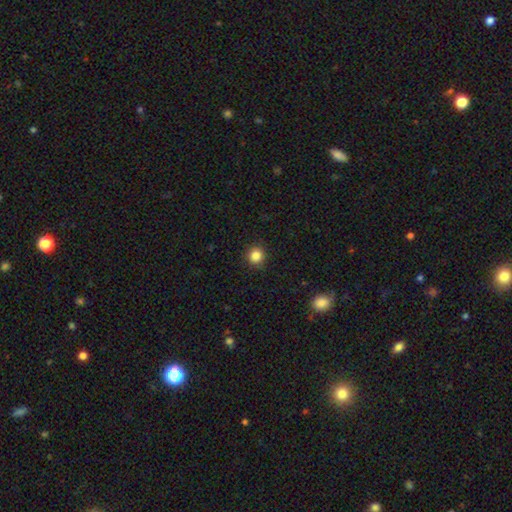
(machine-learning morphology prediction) type=smooth (85%); roundness=round (93%); merging=none (92%).